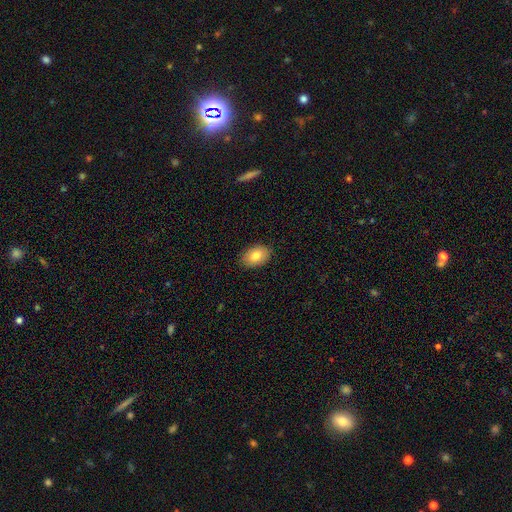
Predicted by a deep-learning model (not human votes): This appears to be a smooth galaxy with no disk features (79%) that is in between round and cigar-shaped (84%). Merging: none (88%).